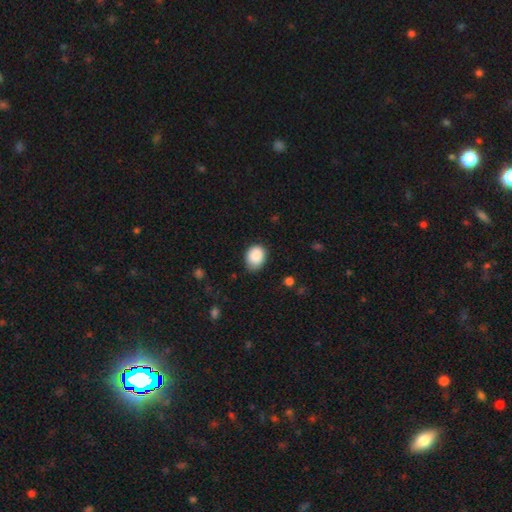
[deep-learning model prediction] The model was most divided on "how rounded": in between: 56%, round: 43%, cigar-shaped: 1%. More confident: smooth or featured — smooth (89%); merging — none (73%).